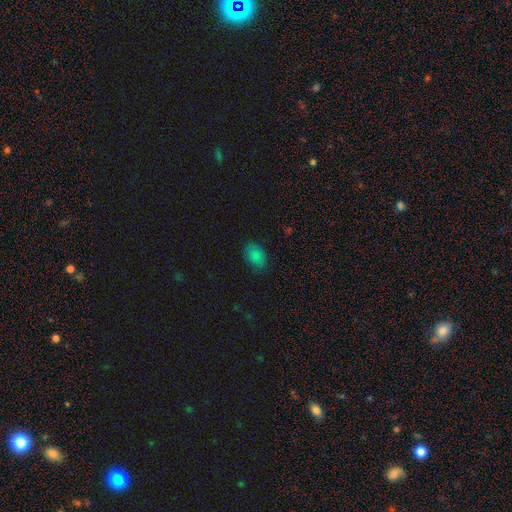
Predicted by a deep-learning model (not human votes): Smooth or featured? Predicted: smooth (p=0.82). How rounded? Predicted: in between (p=0.83). Merging? Predicted: none (p=0.81).